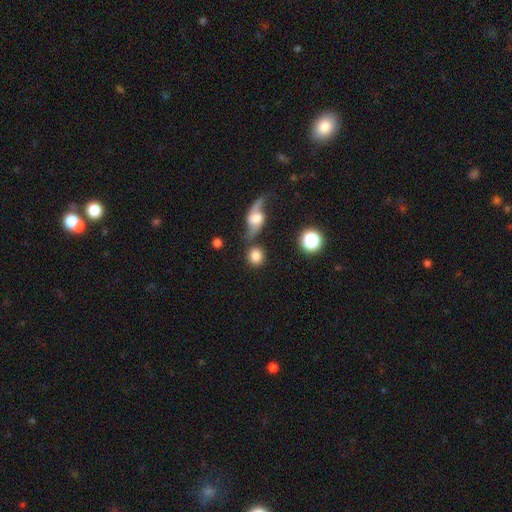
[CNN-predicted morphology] Smooth or featured? smooth (79%)
How rounded? round (85%)
Merging? none (67%)